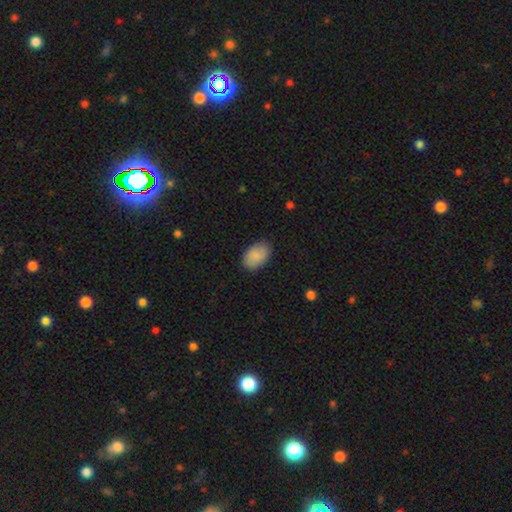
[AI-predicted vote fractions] smooth-or-featured: smooth: 88% | star or artifact: 6% | featured or disk: 6%
  how-rounded: in between: 90% | round: 9% | cigar-shaped: 1%
  merging: none: 84% | minor disturbance: 12% | major disturbance: 3% | merger: 1%